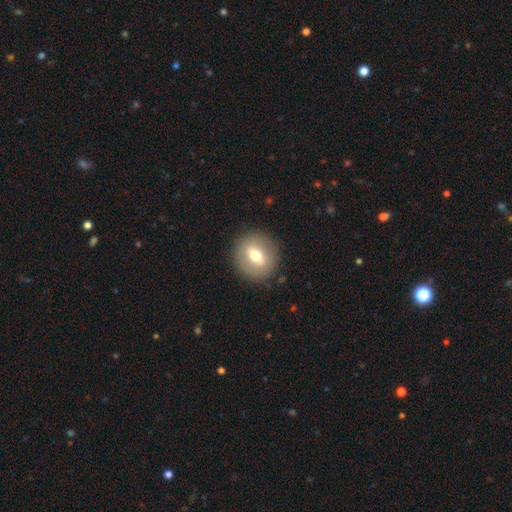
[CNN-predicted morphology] Smooth or featured: smooth — 56% (featured or disk — 36%)
How rounded: round — 82% (in between — 16%)
Merging: none — 88% (minor disturbance — 8%)